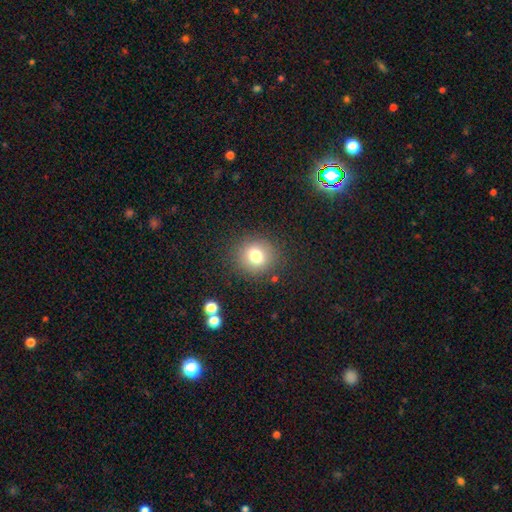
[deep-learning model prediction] Overall: smooth (76%). How rounded: round (82%). Merging: none (86%).